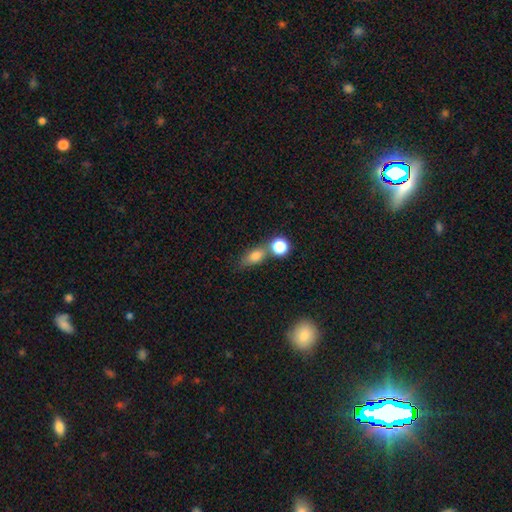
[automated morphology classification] Q: Smooth or featured?
A: smooth (78%); runner-up: star or artifact (12%)
Q: How rounded?
A: in between (68%); runner-up: round (24%)
Q: Merging?
A: none (50%); runner-up: merger (31%)